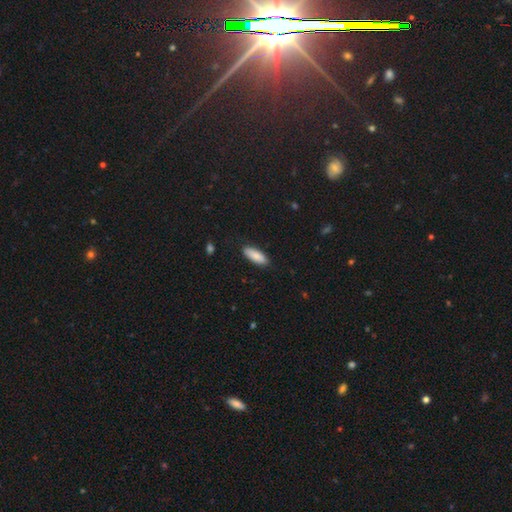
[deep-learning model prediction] Q: Smooth or featured?
A: smooth (86%); runner-up: featured or disk (8%)
Q: How rounded?
A: in between (70%); runner-up: cigar-shaped (29%)
Q: Merging?
A: none (86%); runner-up: minor disturbance (11%)